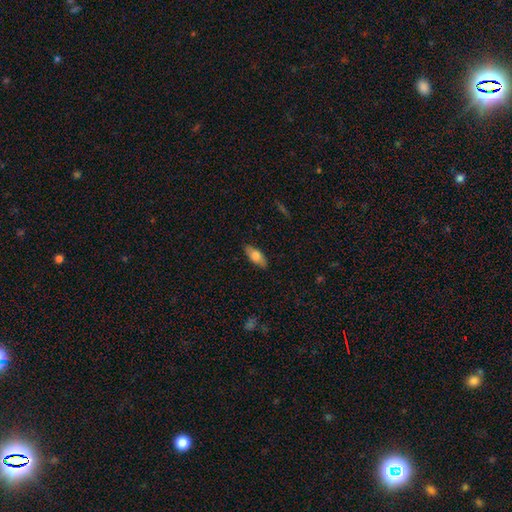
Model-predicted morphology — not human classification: The model was most divided on "smooth or featured": smooth: 72%, featured or disk: 22%, star or artifact: 6%. More confident: merging — none (87%); how rounded — in between (78%).